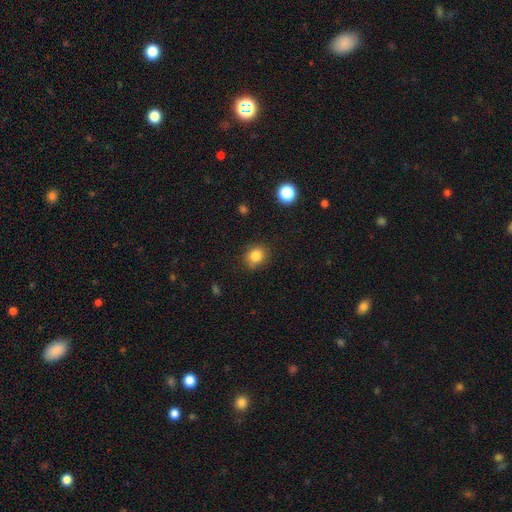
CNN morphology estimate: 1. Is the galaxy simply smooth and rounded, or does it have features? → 83% smooth, 11% star or artifact, 6% featured or disk.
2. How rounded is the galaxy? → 76% round, 23% in between, 1% cigar-shaped.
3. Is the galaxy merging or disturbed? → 83% none, 12% minor disturbance, 3% major disturbance, 2% merger.